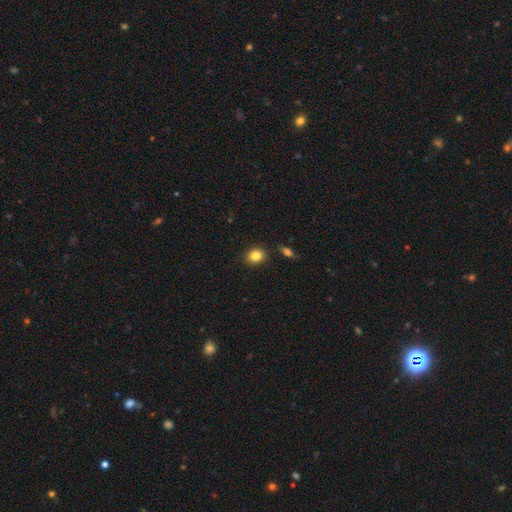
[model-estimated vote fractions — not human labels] A smooth galaxy with no disk features (84%) that is round (59%).

Vote fractions:
- Smooth or featured? smooth: 84% / star or artifact: 10% / featured or disk: 6%
- How rounded? round: 59% / in between: 40% / cigar-shaped: 1%
- Merging? none: 88% / minor disturbance: 8% / merger: 3% / major disturbance: 2%